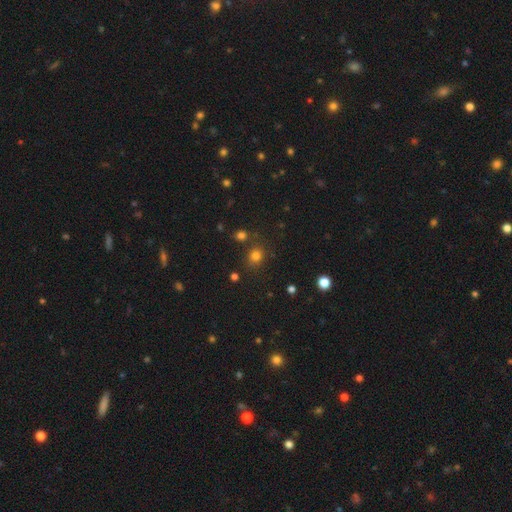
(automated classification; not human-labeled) Morphology: type=smooth (76%); roundness=round (77%); merging=none (78%).